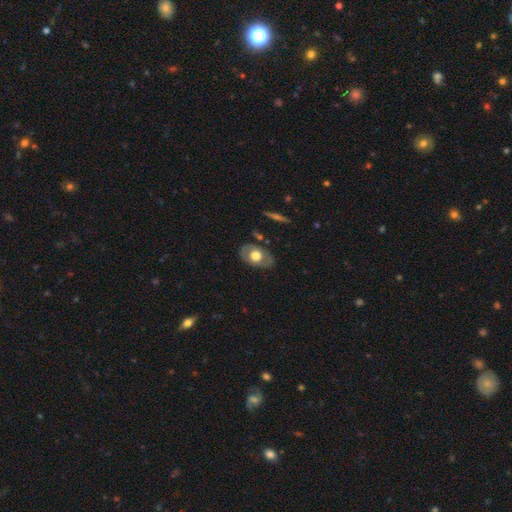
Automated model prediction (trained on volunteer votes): Q: Smooth or featured?
A: smooth (49%); runner-up: featured or disk (44%)
Q: Merging?
A: none (80%); runner-up: minor disturbance (14%)